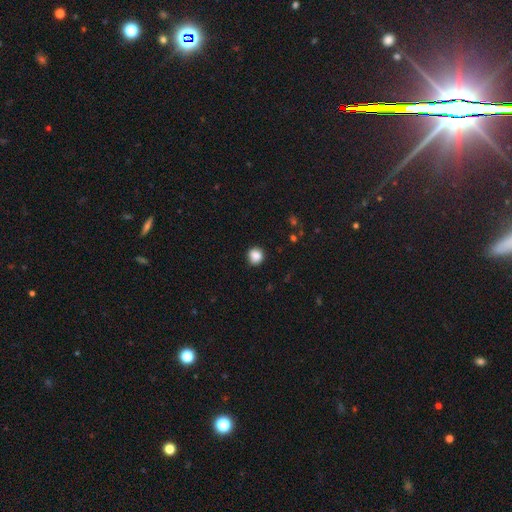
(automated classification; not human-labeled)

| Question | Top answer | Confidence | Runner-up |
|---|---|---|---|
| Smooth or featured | smooth | 86% | star or artifact (10%) |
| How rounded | round | 85% | in between (14%) |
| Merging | none | 83% | minor disturbance (12%) |